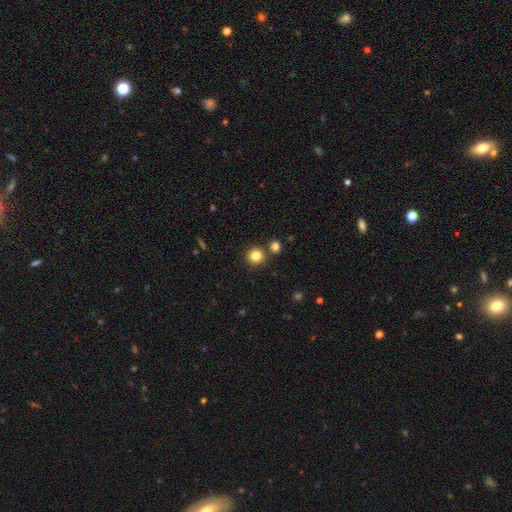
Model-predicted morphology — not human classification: type=smooth (83%); roundness=round (93%); merging=none (82%).